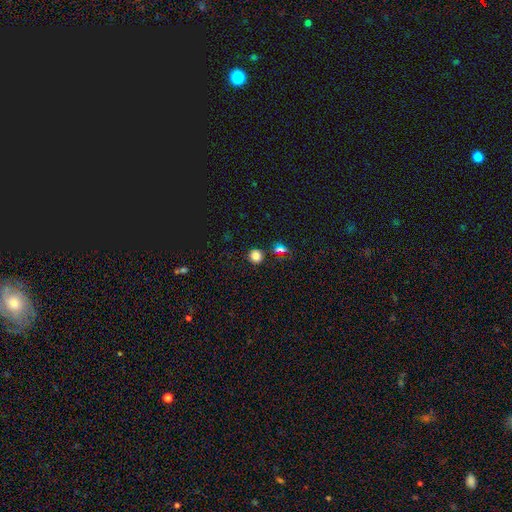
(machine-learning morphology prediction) smooth_or_featured: smooth (p=0.77) [alt: star or artifact p=0.18]
how_rounded: round (p=0.93) [alt: in between p=0.06]
merging: none (p=0.87) [alt: minor disturbance p=0.06]